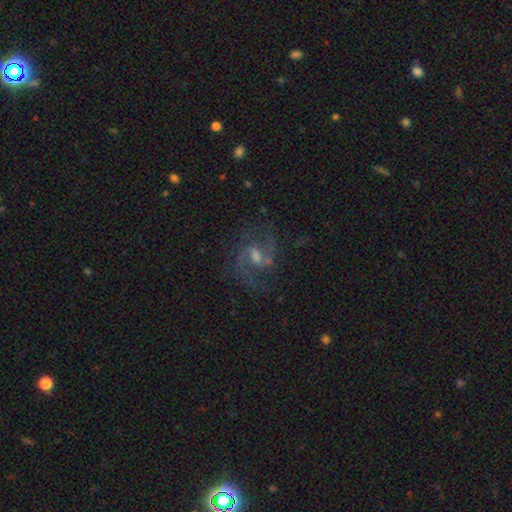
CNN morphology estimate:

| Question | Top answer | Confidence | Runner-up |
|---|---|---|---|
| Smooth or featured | featured or disk | 84% | star or artifact (8%) |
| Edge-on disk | no | 97% | yes (3%) |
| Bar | weak | 60% | no (21%) |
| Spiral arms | yes | 95% | no (5%) |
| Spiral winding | medium | 55% | loose (32%) |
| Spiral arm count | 2 | 83% | can't tell (6%) |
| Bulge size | moderate | 46% | small (38%) |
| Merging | none | 70% | minor disturbance (16%) |